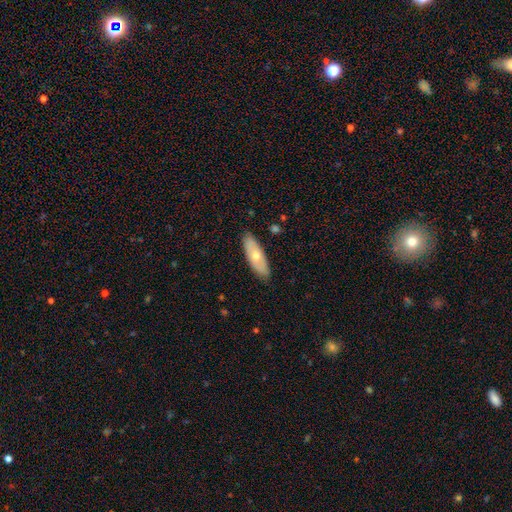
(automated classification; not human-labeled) smooth 55%, featured or disk 39%, star or artifact 6%. Down the decision tree: how rounded — in between (67%); merging — none (87%).